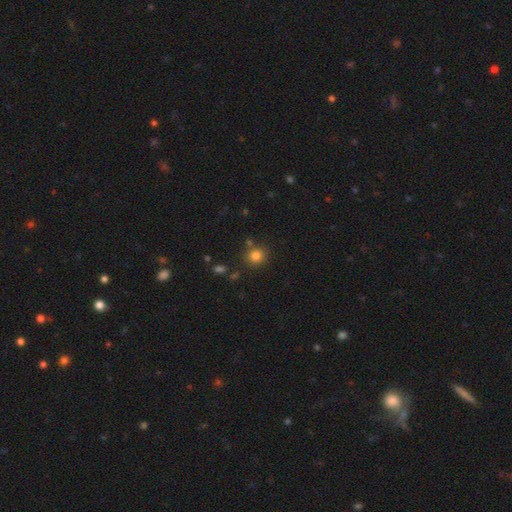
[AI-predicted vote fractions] A smooth galaxy with no disk features (81%) that is round (86%).

Vote fractions:
- Smooth or featured? smooth: 81% / star or artifact: 13% / featured or disk: 6%
- How rounded? round: 86% / in between: 13% / cigar-shaped: 1%
- Merging? none: 80% / minor disturbance: 10% / merger: 7% / major disturbance: 3%